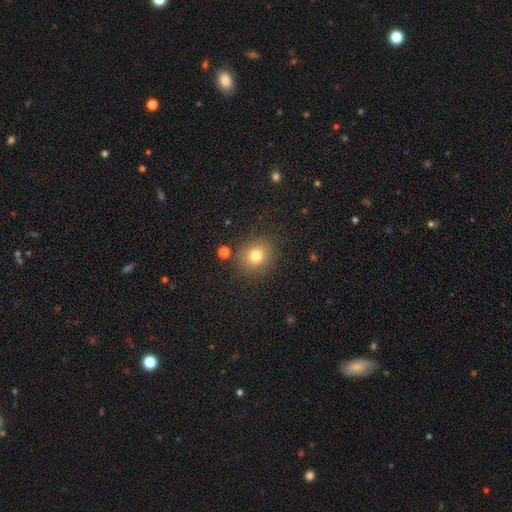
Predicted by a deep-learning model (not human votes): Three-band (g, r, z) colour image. It shows a smooth galaxy with no disk features (78%) that is round (82%). Merging: none (85%).